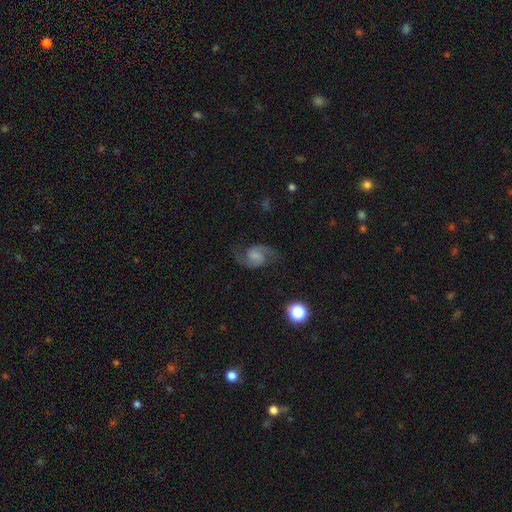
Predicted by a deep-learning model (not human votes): Q: Smooth or featured?
A: featured or disk (83%); runner-up: smooth (10%)
Q: Edge-on disk?
A: no (98%); runner-up: yes (2%)
Q: Bar?
A: weak (49%); runner-up: no (38%)
Q: Spiral arms?
A: yes (97%); runner-up: no (3%)
Q: Spiral winding?
A: medium (50%); runner-up: loose (38%)
Q: Spiral arm count?
A: 2 (93%); runner-up: can't tell (2%)
Q: Bulge size?
A: none (44%); runner-up: small (30%)
Q: Merging?
A: none (76%); runner-up: minor disturbance (15%)